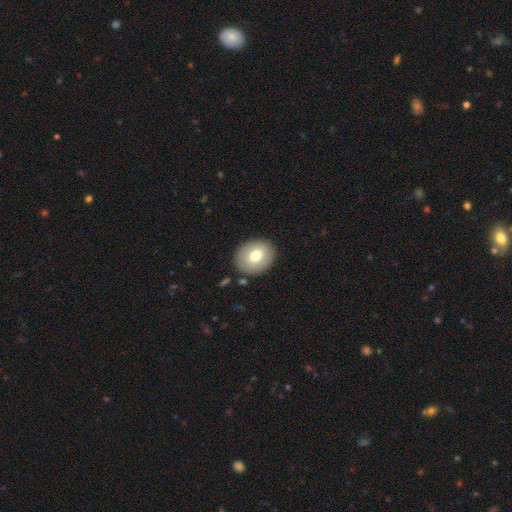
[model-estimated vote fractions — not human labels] This appears to be a smooth galaxy with no disk features (71%) that is in between round and cigar-shaped (54%). Merging: none (85%).